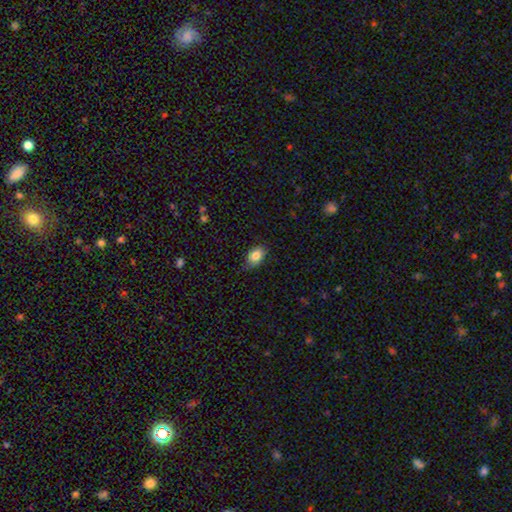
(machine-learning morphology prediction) Q: Smooth or featured?
A: smooth (84%); runner-up: featured or disk (9%)
Q: How rounded?
A: in between (86%); runner-up: round (12%)
Q: Merging?
A: none (76%); runner-up: minor disturbance (20%)